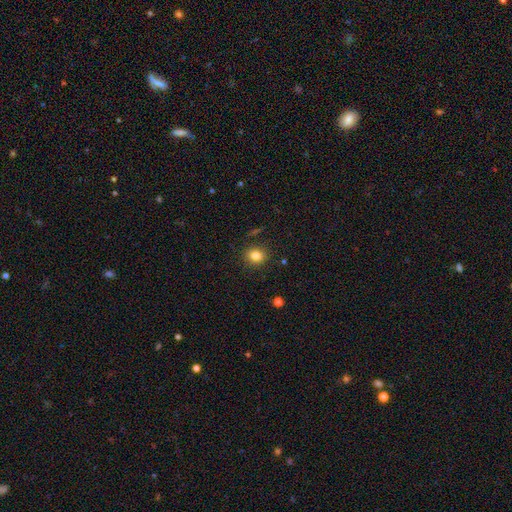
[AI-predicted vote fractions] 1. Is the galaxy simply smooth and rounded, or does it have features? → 83% smooth, 12% star or artifact, 6% featured or disk.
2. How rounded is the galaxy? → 72% round, 27% in between, 1% cigar-shaped.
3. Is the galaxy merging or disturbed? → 88% none, 8% minor disturbance, 2% major disturbance, 2% merger.